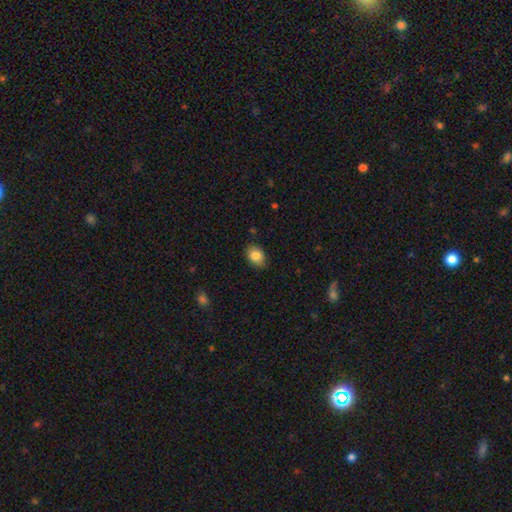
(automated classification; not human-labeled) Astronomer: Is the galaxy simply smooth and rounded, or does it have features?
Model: smooth — 84%.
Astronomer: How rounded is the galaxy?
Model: in between — 73%.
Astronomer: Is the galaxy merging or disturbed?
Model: none — 84%.